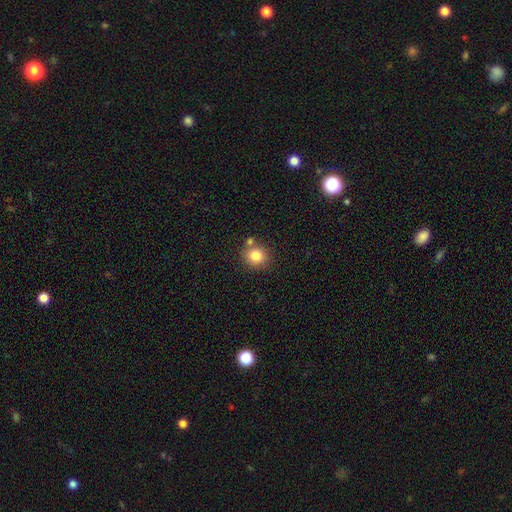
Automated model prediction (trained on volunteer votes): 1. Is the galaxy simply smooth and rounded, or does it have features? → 82% smooth, 11% star or artifact, 7% featured or disk.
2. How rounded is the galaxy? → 85% round, 14% in between, 1% cigar-shaped.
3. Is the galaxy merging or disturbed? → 72% none, 15% merger, 10% minor disturbance, 3% major disturbance.